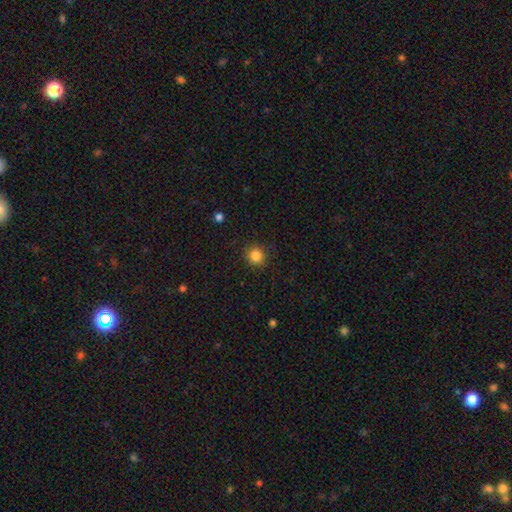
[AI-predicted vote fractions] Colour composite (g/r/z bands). It shows a smooth galaxy with no disk features (85%) that is round (92%). Merging: none (89%).